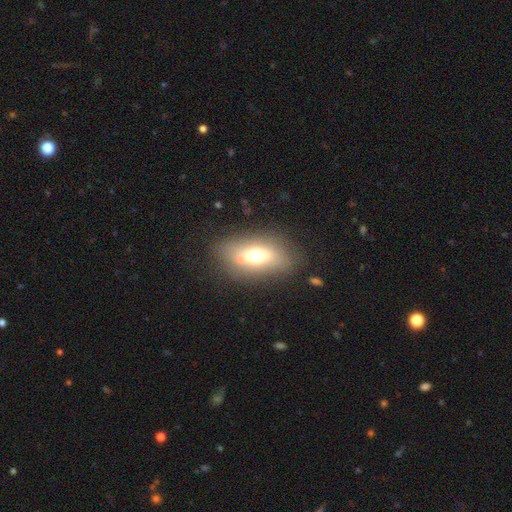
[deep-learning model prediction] smooth_or_featured: smooth (p=0.60) [alt: featured or disk p=0.28]
how_rounded: in between (p=0.79) [alt: round p=0.15]
merging: none (p=0.68) [alt: minor disturbance p=0.14]